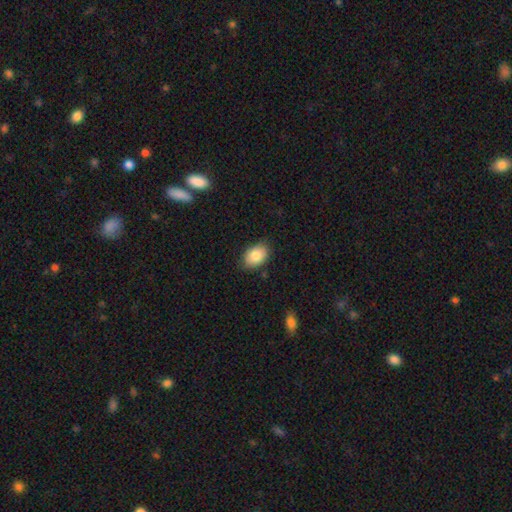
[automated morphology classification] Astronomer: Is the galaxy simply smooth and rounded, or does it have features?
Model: smooth — 84%.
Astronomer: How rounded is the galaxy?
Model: in between — 85%.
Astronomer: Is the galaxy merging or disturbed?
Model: none — 81%.